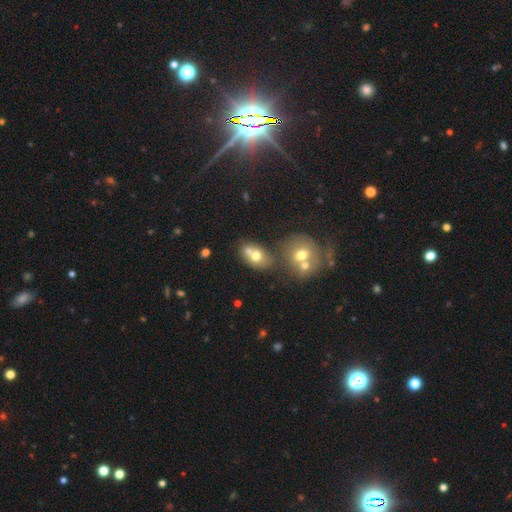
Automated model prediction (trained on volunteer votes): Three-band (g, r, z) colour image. It shows a smooth galaxy with no disk features (66%) that is in between round and cigar-shaped (52%). Merging: merger (51%).